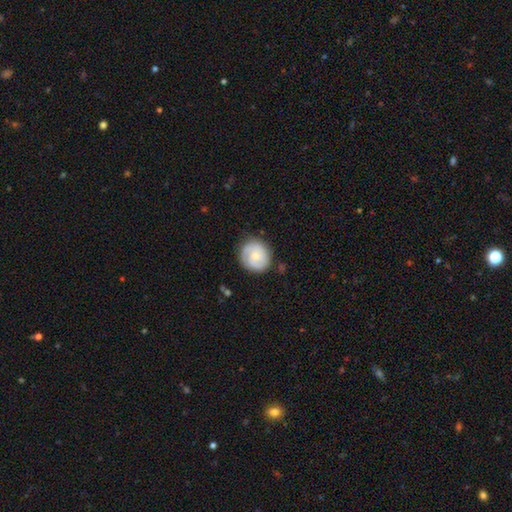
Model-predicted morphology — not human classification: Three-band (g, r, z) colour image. It shows a featured or disk galaxy (51%) with no bar (73%), spiral arms (87%) and a small central bulge (57%). Merging: none (79%).